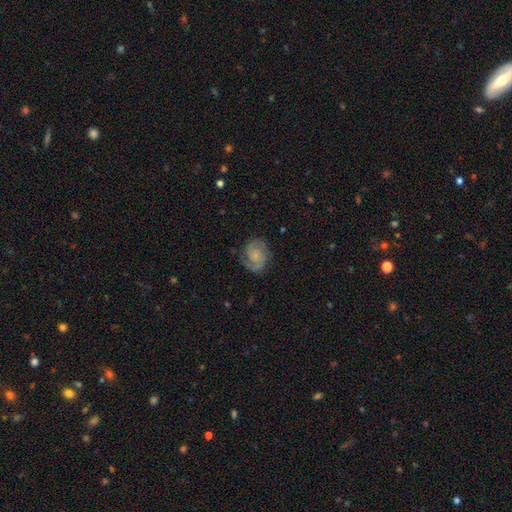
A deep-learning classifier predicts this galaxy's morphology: type=featured or disk (75%); edge-on=no (98%); bar=no (64%); spiral arms=yes (95%); winding=medium (45%); arm count=2 (83%); bulge=small (42%); merging=none (77%).